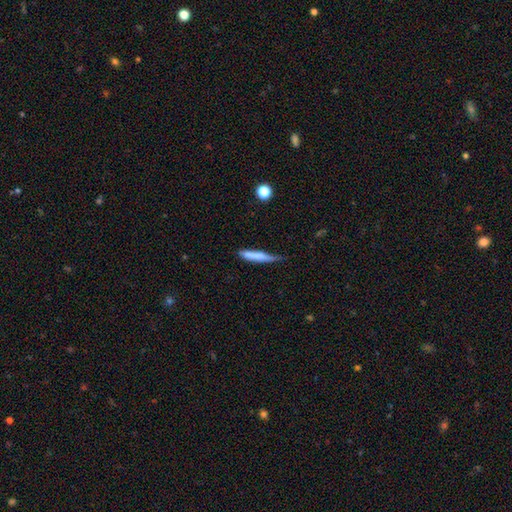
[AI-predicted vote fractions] Smooth or featured? smooth (74%)
How rounded? cigar-shaped (89%)
Merging? none (50%)